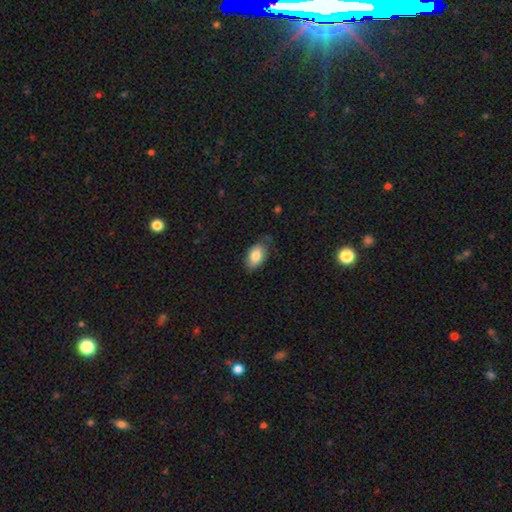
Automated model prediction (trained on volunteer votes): A smooth galaxy with no disk features (81%) that is in between round and cigar-shaped (92%).

Vote fractions:
- Smooth or featured? smooth: 81% / featured or disk: 12% / star or artifact: 7%
- How rounded? in between: 92% / round: 6% / cigar-shaped: 2%
- Merging? none: 72% / minor disturbance: 23% / major disturbance: 4% / merger: 1%